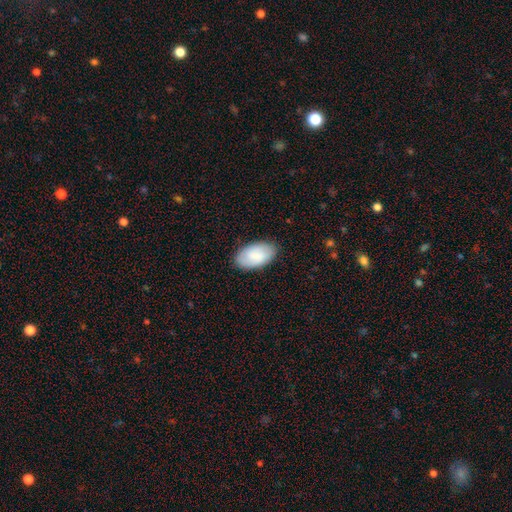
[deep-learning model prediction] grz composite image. It shows a smooth galaxy with no disk features (77%) that is in between round and cigar-shaped (95%). Merging: none (85%).